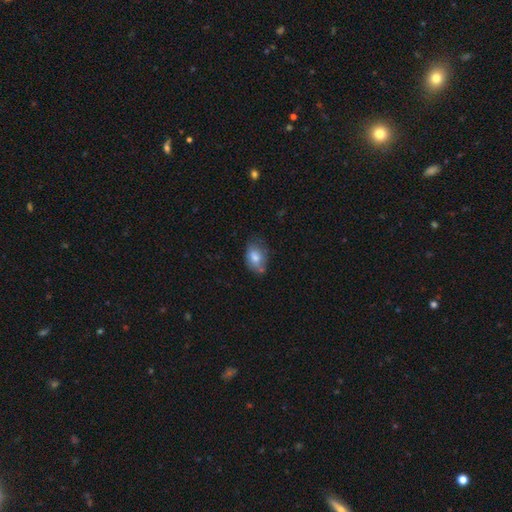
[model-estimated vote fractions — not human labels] Smooth or featured? Predicted: smooth (p=0.75). How rounded? Predicted: in between (p=0.86). Merging? Predicted: none (p=0.55).